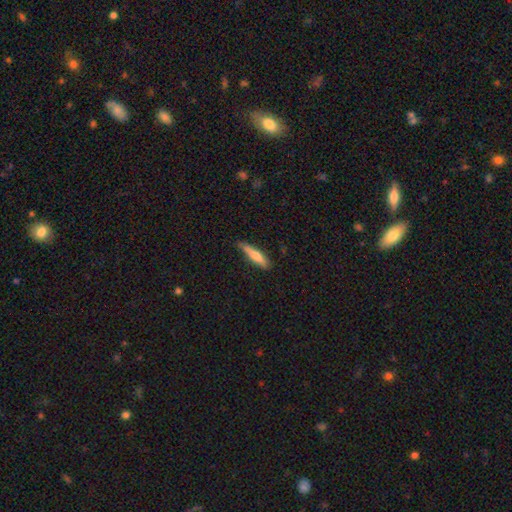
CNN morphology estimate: This appears to be a smooth galaxy with no disk features (70%) that is cigar-shaped (84%). Merging: none (75%).